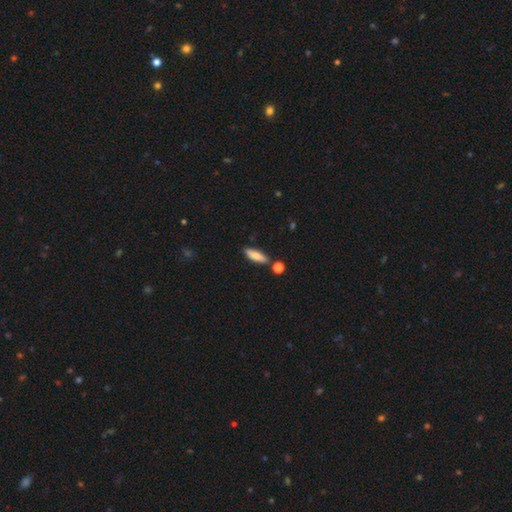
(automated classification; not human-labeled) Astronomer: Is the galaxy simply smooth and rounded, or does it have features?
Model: smooth — 78%.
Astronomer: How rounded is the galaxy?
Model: cigar-shaped — 55% (runner-up: in between, 42%).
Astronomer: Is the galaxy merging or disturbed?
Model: none — 81%.